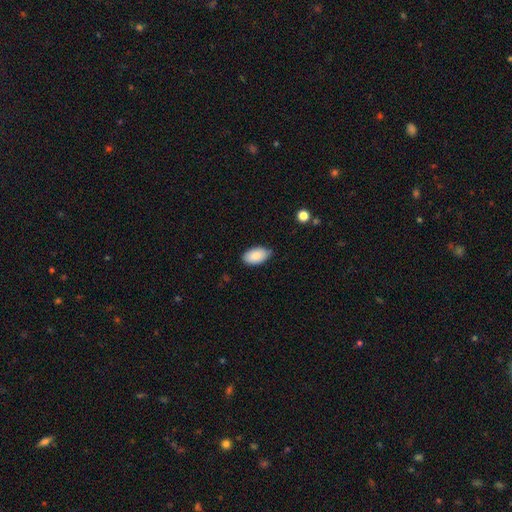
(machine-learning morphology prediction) smooth_or_featured: smooth (p=0.85) [alt: featured or disk p=0.08]
how_rounded: in between (p=0.94) [alt: round p=0.04]
merging: none (p=0.74) [alt: minor disturbance p=0.22]